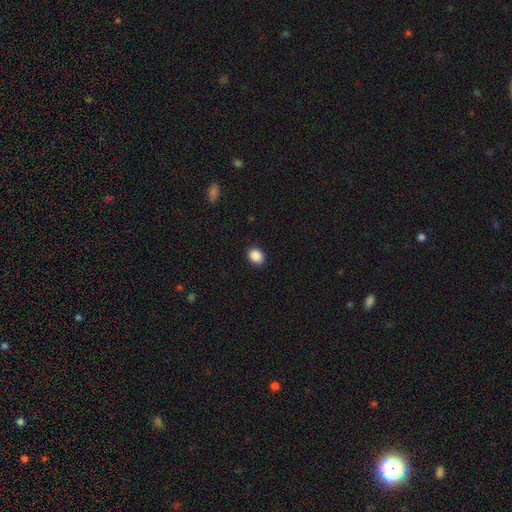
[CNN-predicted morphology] Smooth or featured? smooth (89%)
How rounded? in between (52%)
Merging? none (90%)